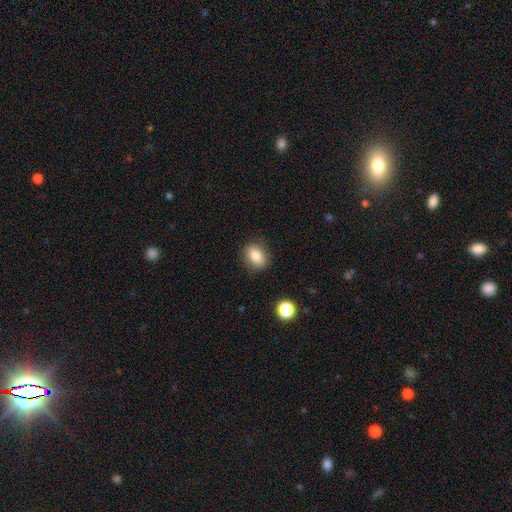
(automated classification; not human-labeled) Smooth or featured?
  - smooth: 82% *
  - star or artifact: 9%
  - featured or disk: 8%
How rounded?
  - in between: 63% *
  - round: 35%
  - cigar-shaped: 2%
Merging?
  - none: 85% *
  - minor disturbance: 11%
  - major disturbance: 3%
  - merger: 1%